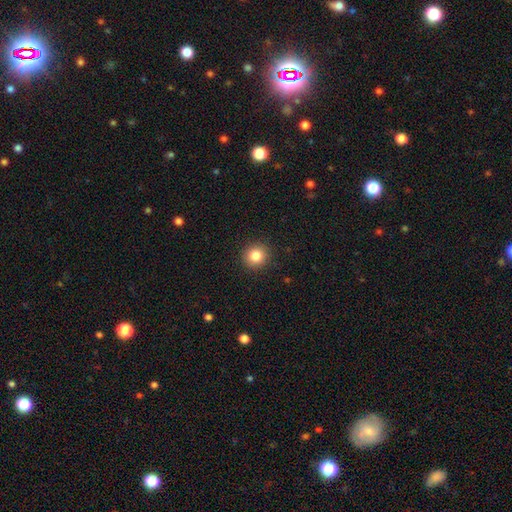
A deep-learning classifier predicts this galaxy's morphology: smooth_or_featured: smooth (p=0.84) [alt: star or artifact p=0.10]
how_rounded: round (p=0.91) [alt: in between p=0.08]
merging: none (p=0.92) [alt: minor disturbance p=0.06]